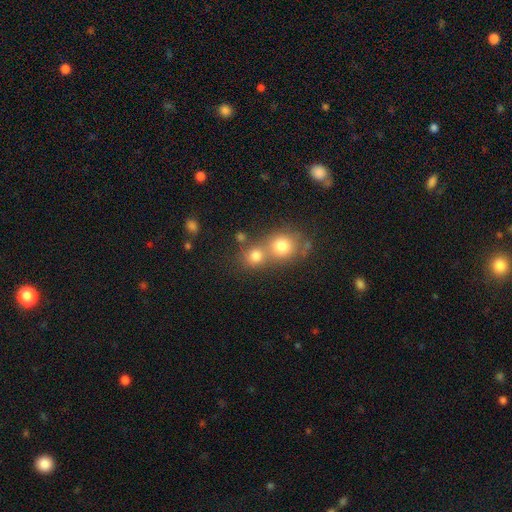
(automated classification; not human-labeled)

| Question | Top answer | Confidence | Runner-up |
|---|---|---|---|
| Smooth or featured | smooth | 77% | star or artifact (13%) |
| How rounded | round | 79% | in between (19%) |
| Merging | merger | 53% | none (37%) |